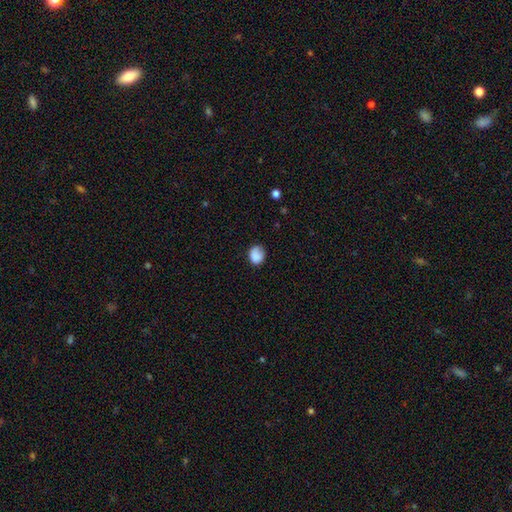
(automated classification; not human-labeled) Smooth or featured?
  - smooth: 86% *
  - star or artifact: 8%
  - featured or disk: 6%
How rounded?
  - round: 62% *
  - in between: 38%
  - cigar-shaped: 1%
Merging?
  - none: 72% *
  - minor disturbance: 21%
  - major disturbance: 5%
  - merger: 2%